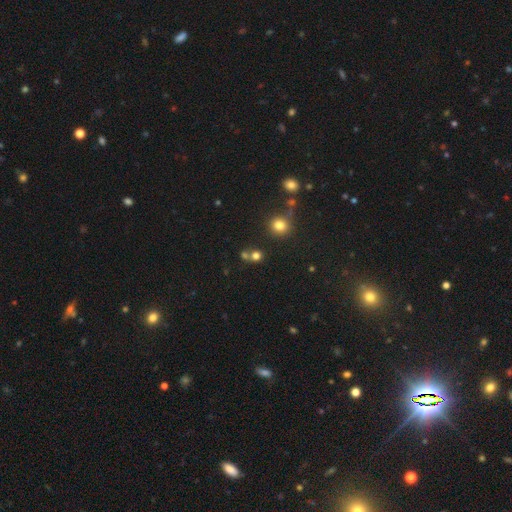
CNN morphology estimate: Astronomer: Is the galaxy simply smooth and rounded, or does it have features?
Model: smooth — 72%.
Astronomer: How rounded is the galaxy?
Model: round — 85%.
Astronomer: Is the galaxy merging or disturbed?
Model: none — 57%.